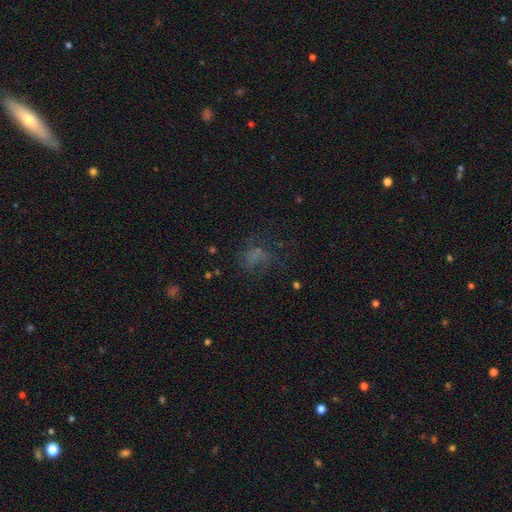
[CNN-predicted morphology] The model was most divided on "merging": none: 44%, major disturbance: 34%, minor disturbance: 19%, merger: 3%. Remaining: smooth or featured — smooth (46%).